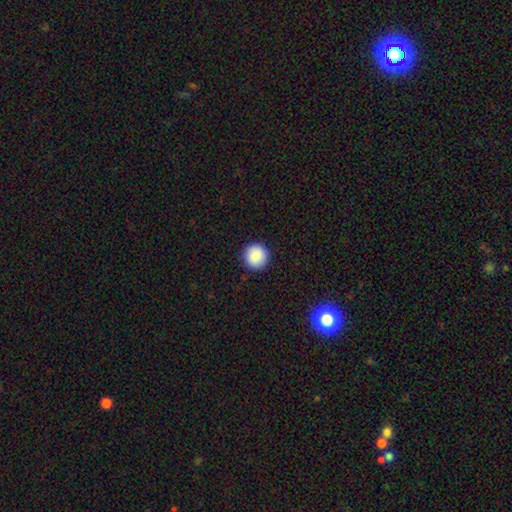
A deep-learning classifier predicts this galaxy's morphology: smooth 88%, star or artifact 8%, featured or disk 4%. Down the decision tree: how rounded — round (96%); merging — none (93%).